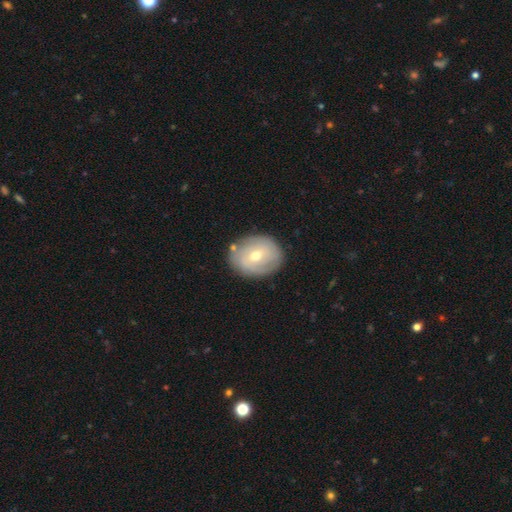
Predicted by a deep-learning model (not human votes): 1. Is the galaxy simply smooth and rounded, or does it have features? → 48% featured or disk, 44% smooth, 8% star or artifact.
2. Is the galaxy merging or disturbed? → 80% none, 13% minor disturbance, 3% major disturbance, 3% merger.